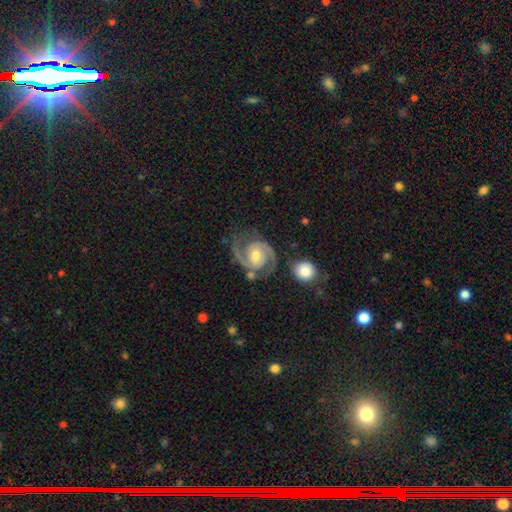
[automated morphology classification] Smooth or featured? featured or disk (91%)
Edge-on disk? no (98%)
Bar? no (43%)
Spiral arms? yes (98%)
Spiral winding? medium (52%)
Spiral arm count? 2 (92%)
Bulge size? moderate (64%)
Merging? none (73%)